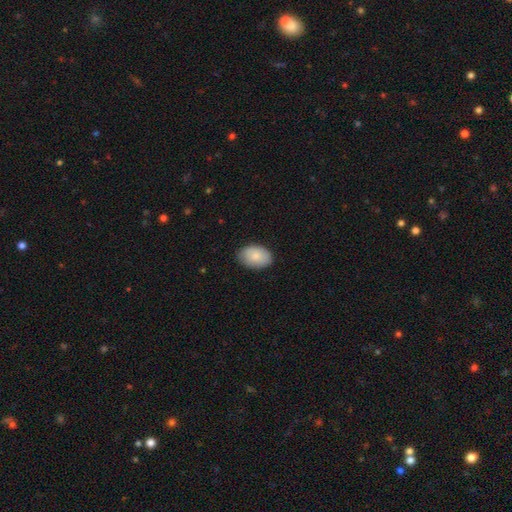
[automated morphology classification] A smooth galaxy with no disk features (86%) that is in between round and cigar-shaped (89%).

Vote fractions:
- Smooth or featured? smooth: 86% / featured or disk: 8% / star or artifact: 6%
- How rounded? in between: 89% / round: 10% / cigar-shaped: 1%
- Merging? none: 85% / minor disturbance: 12% / major disturbance: 2% / merger: 1%